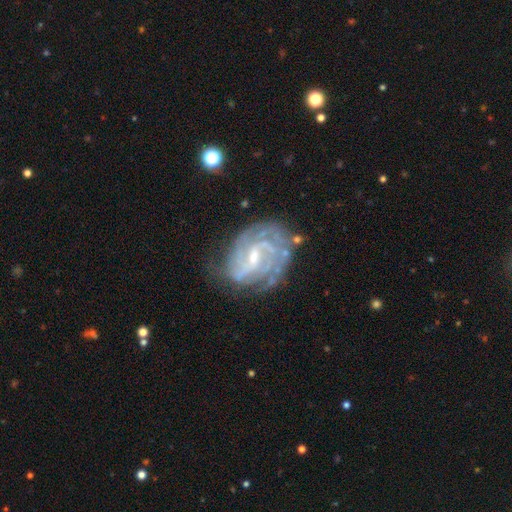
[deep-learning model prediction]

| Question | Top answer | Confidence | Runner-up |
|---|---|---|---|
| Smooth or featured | featured or disk | 86% | star or artifact (7%) |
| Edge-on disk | no | 97% | yes (3%) |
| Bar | weak | 54% | strong (25%) |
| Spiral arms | yes | 95% | no (5%) |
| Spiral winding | tight | 57% | medium (34%) |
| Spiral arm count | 2 | 29% | can't tell (27%) |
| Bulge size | small | 58% | moderate (33%) |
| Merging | none | 65% | minor disturbance (21%) |